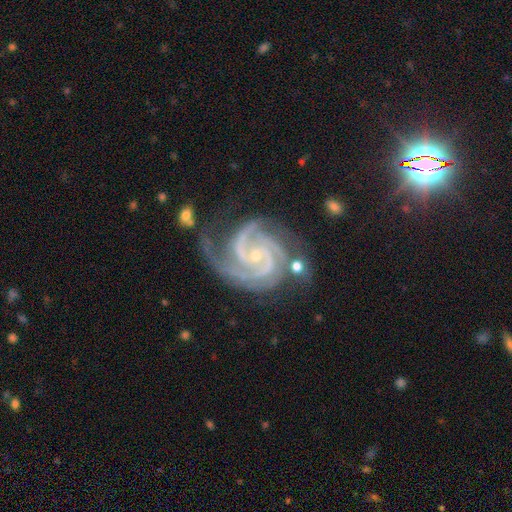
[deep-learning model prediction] Morphology: type=featured or disk (94%); edge-on=no (98%); bar=no (60%); spiral arms=yes (99%); winding=tight (64%); arm count=3 (45%); bulge=small (80%); merging=none (54%).